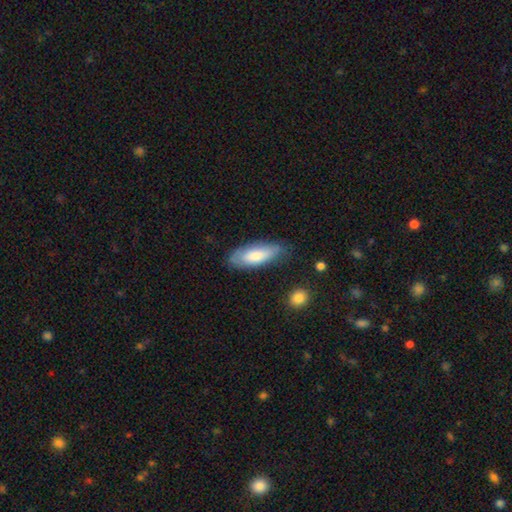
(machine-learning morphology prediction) Overall: smooth (71%). How rounded: in between (70%). Merging: none (73%).